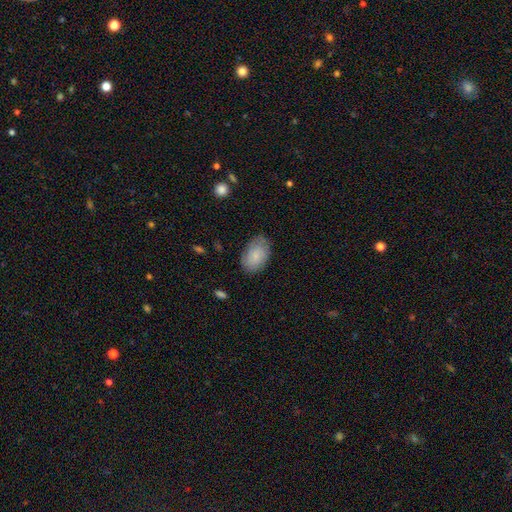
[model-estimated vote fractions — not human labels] This appears to be a smooth galaxy with no disk features (80%) that is in between round and cigar-shaped (89%). Merging: none (76%).